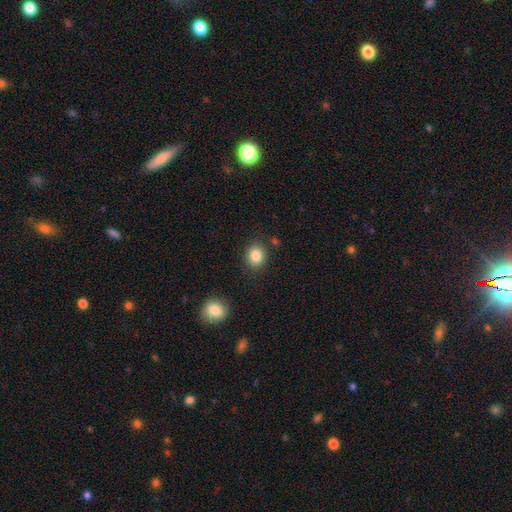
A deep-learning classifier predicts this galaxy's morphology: Smooth or featured? Predicted: smooth (p=0.85). How rounded? Predicted: round (p=0.67). Merging? Predicted: none (p=0.84).